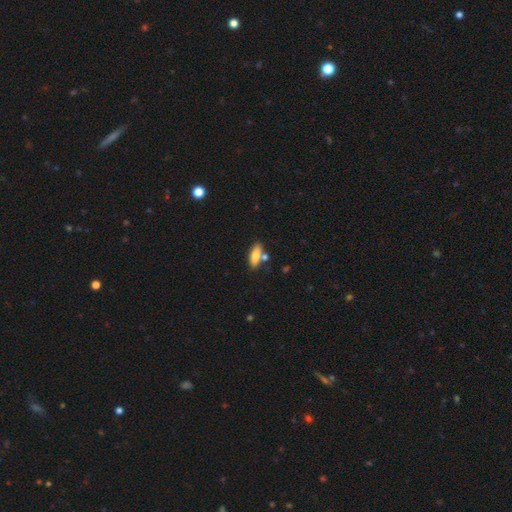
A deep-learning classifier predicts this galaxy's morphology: This appears to be a smooth galaxy with no disk features (79%) that is in between round and cigar-shaped (68%). Merging: none (68%).